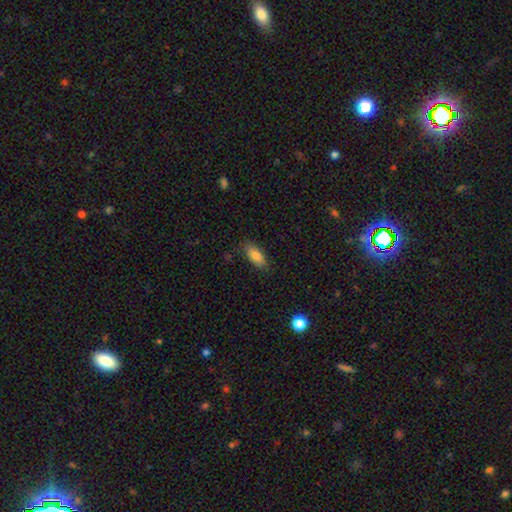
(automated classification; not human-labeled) Q: Smooth or featured?
A: smooth (80%); runner-up: featured or disk (13%)
Q: How rounded?
A: in between (85%); runner-up: cigar-shaped (12%)
Q: Merging?
A: none (81%); runner-up: minor disturbance (15%)